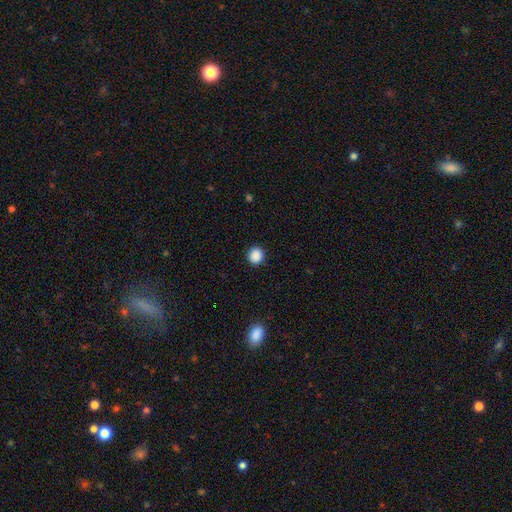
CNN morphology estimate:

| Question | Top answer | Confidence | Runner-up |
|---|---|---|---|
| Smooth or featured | smooth | 88% | star or artifact (9%) |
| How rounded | round | 89% | in between (10%) |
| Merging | none | 92% | minor disturbance (6%) |